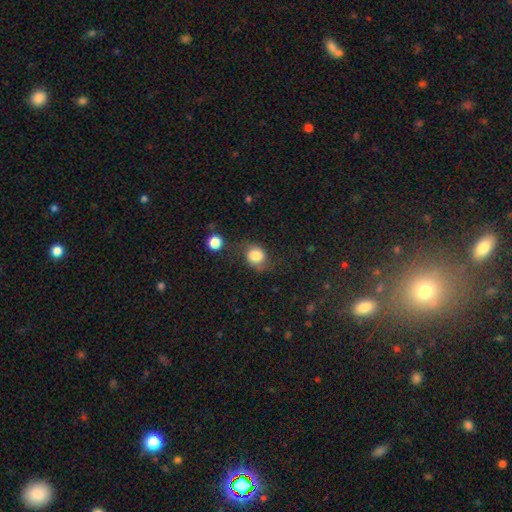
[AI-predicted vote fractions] smooth 78%, featured or disk 12%, star or artifact 10%. Down the decision tree: how rounded — round (61%); merging — none (64%).